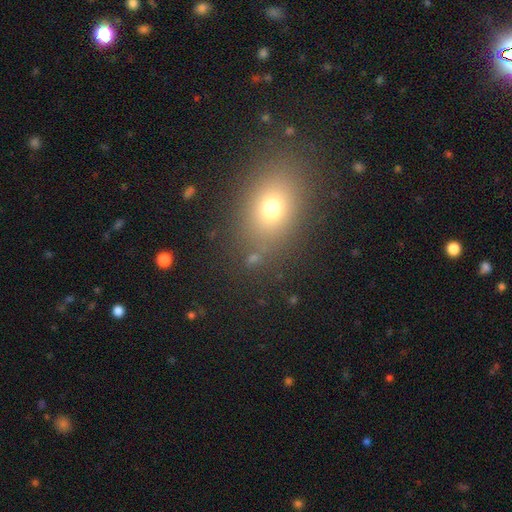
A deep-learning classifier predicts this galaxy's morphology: The model was most divided on "how rounded": in between: 58%, round: 40%, cigar-shaped: 2%. More confident: merging — none (81%); smooth or featured — smooth (68%).